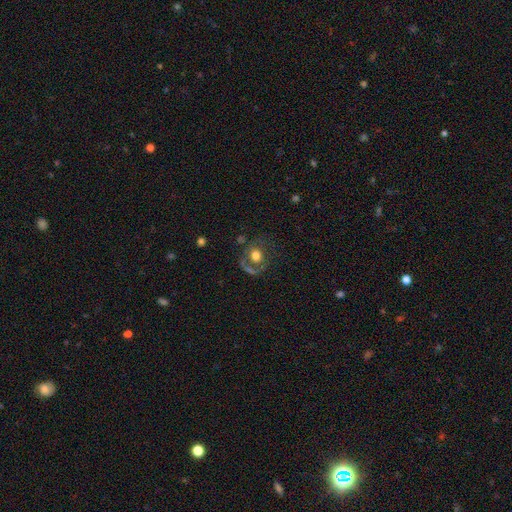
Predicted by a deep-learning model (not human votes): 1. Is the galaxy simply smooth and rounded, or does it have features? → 52% smooth, 38% featured or disk, 10% star or artifact.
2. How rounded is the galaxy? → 77% round, 22% in between, 1% cigar-shaped.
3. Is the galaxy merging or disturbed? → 57% none, 19% major disturbance, 18% minor disturbance, 6% merger.